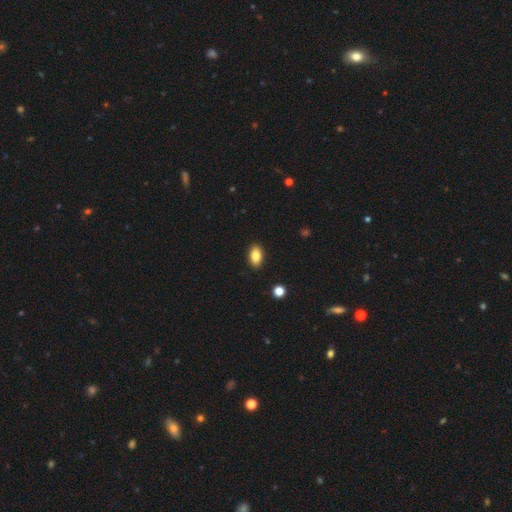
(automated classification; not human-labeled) A smooth galaxy with no disk features (85%) that is in between round and cigar-shaped (90%). Merging: none (89%).